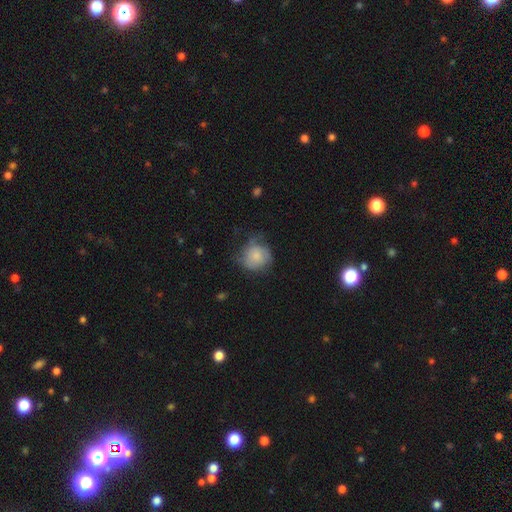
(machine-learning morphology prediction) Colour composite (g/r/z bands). It shows a smooth galaxy with no disk features (67%) that is round (80%). Merging: none (45%).